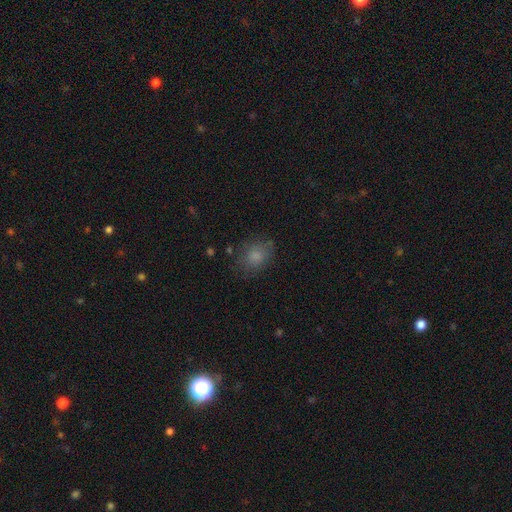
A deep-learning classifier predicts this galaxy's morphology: smooth-or-featured: smooth: 80% | star or artifact: 10% | featured or disk: 10%
  how-rounded: in between: 61% | round: 38% | cigar-shaped: 1%
  merging: none: 70% | minor disturbance: 20% | major disturbance: 8% | merger: 2%